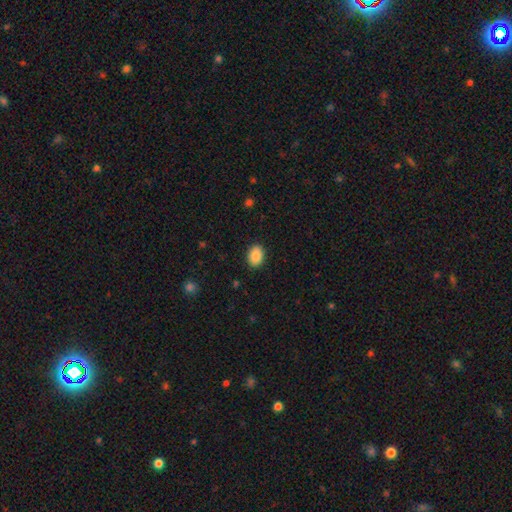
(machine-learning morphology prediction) A smooth galaxy with no disk features (89%) that is in between round and cigar-shaped (75%). Merging: none (90%).